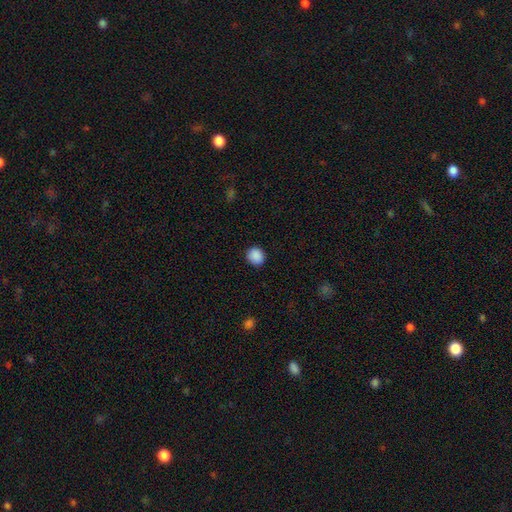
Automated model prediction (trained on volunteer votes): Overall: smooth (89%). How rounded: round (79%). Merging: none (90%).